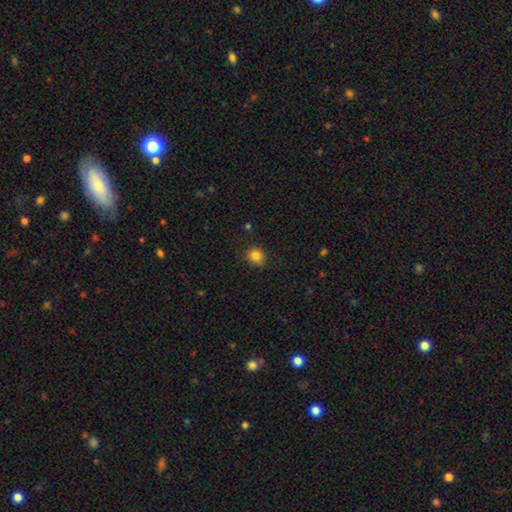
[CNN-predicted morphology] Smooth or featured? Predicted: smooth (p=0.83). How rounded? Predicted: round (p=0.85). Merging? Predicted: none (p=0.85).